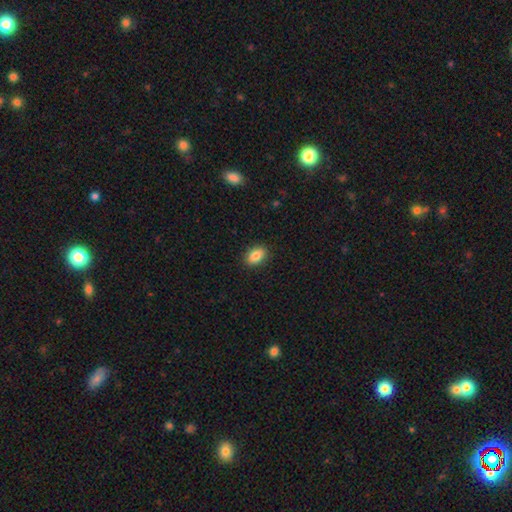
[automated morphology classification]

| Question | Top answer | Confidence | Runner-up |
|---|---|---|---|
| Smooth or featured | smooth | 85% | star or artifact (8%) |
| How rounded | in between | 84% | round (14%) |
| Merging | none | 90% | minor disturbance (8%) |